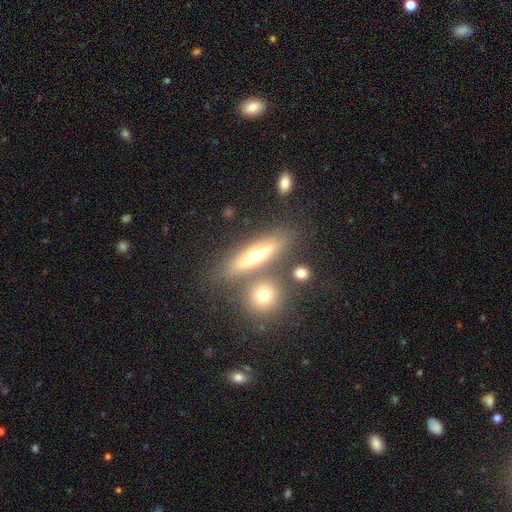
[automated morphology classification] This is possibly a featured or disk galaxy (53%). It is clearly viewed edge-on (82%). Merging: likely none (70%).